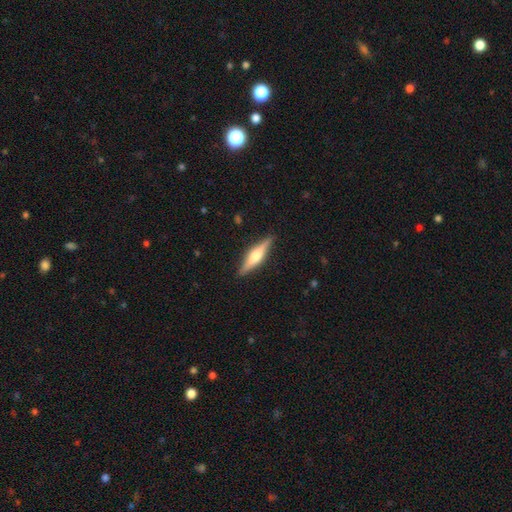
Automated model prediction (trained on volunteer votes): A featured or disk galaxy (65%) viewed edge-on (97%) with a rounded central bulge (85%).

Vote fractions:
- Smooth or featured? featured or disk: 65% / smooth: 30% / star or artifact: 5%
- Edge-on disk? yes: 97% / no: 3%
- Edge-on bulge? rounded: 85% / boxy: 11% / none: 4%
- Merging? none: 90% / minor disturbance: 8% / major disturbance: 2% / merger: 1%